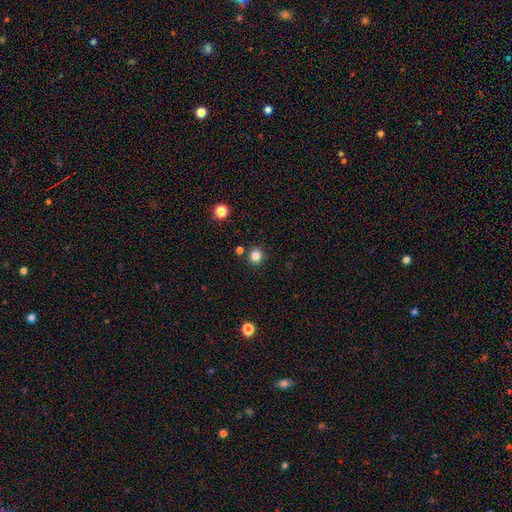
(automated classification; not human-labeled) smooth-or-featured: smooth: 83% | star or artifact: 13% | featured or disk: 4%
  how-rounded: round: 86% | in between: 13% | cigar-shaped: 1%
  merging: none: 87% | minor disturbance: 7% | merger: 4% | major disturbance: 2%